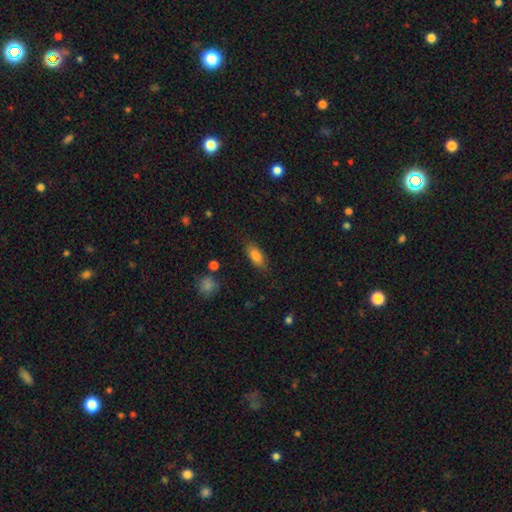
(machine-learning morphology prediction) smooth 81%, featured or disk 12%, star or artifact 8%. Down the decision tree: how rounded — in between (79%); merging — none (82%).